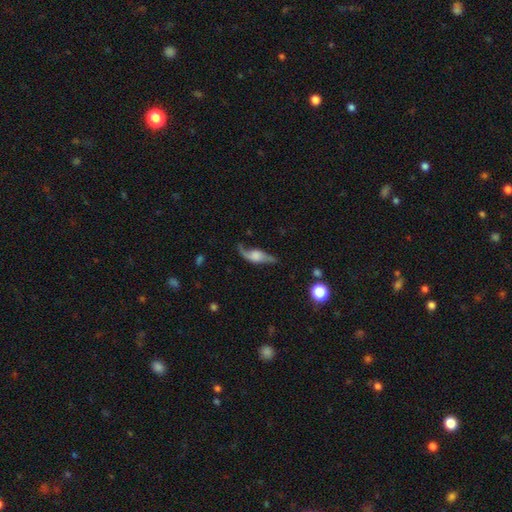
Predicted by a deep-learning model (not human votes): A featured or disk galaxy (70%).

Vote fractions:
- Smooth or featured? featured or disk: 70% / smooth: 23% / star or artifact: 7%
- Edge-on disk? no: 68% / yes: 32%
- Merging? none: 55% / minor disturbance: 25% / major disturbance: 17% / merger: 4%